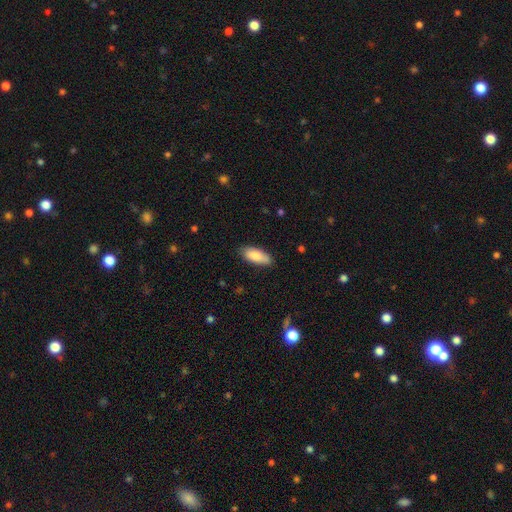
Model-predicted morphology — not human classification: Q: Smooth or featured?
A: smooth (84%); runner-up: featured or disk (10%)
Q: How rounded?
A: in between (82%); runner-up: cigar-shaped (16%)
Q: Merging?
A: none (81%); runner-up: minor disturbance (16%)